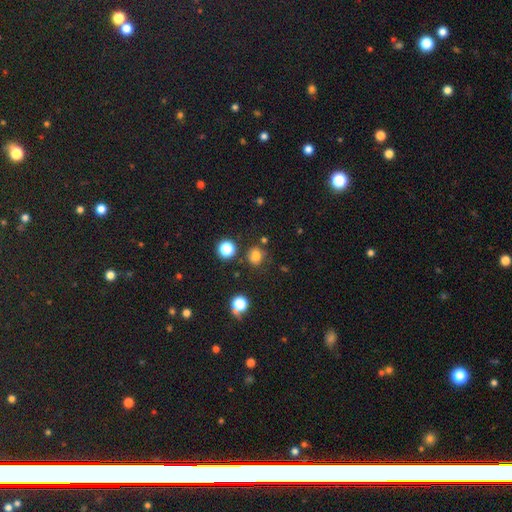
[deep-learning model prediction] smooth 74%, star or artifact 19%, featured or disk 7%. Down the decision tree: how rounded — round (79%); merging — none (73%).